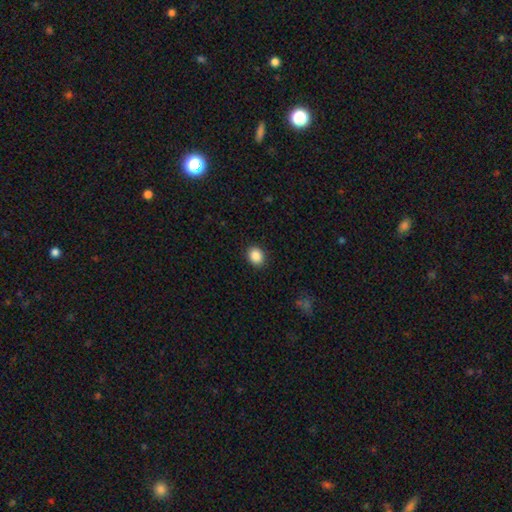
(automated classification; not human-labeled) This is clearly a smooth galaxy (88%). How rounded: possibly round (53%). Merging: clearly none (90%).